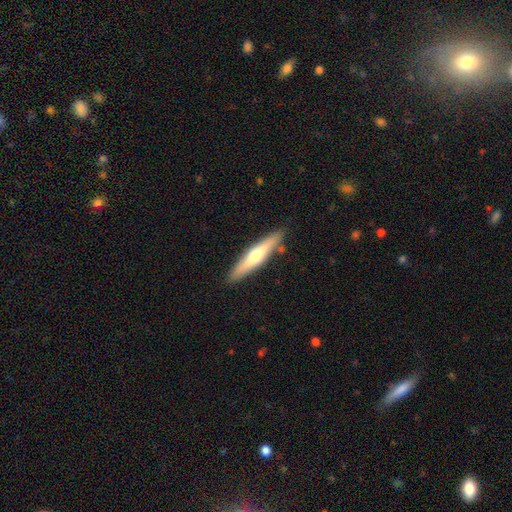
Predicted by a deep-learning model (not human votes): Overall: featured or disk (50%; smooth 45%). Merging: none (87%).